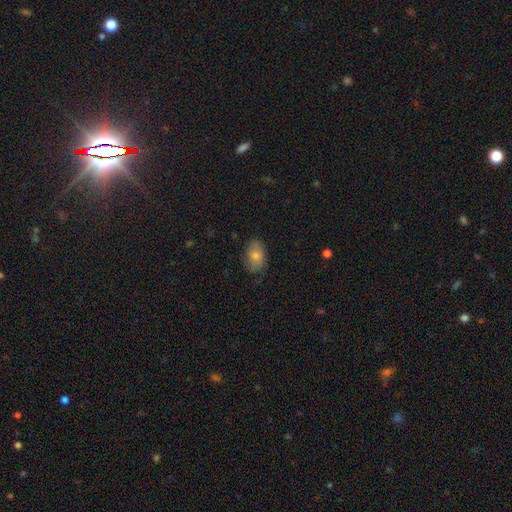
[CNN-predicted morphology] This appears to be a smooth galaxy with no disk features (77%) that is in between round and cigar-shaped (87%). Merging: none (72%).